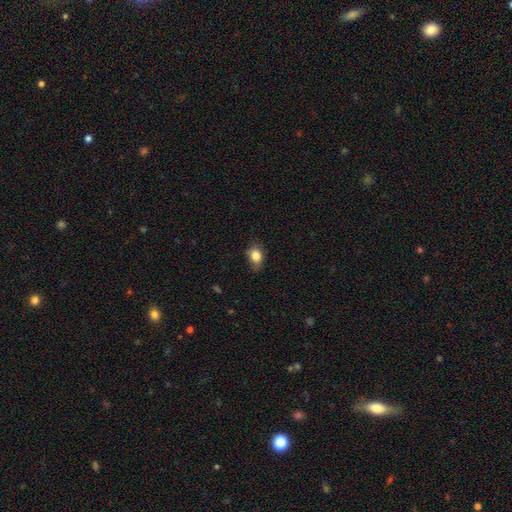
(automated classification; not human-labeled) Smooth or featured?
  - smooth: 83% *
  - star or artifact: 9%
  - featured or disk: 8%
How rounded?
  - in between: 69% *
  - round: 30%
  - cigar-shaped: 2%
Merging?
  - none: 70% *
  - minor disturbance: 24%
  - major disturbance: 5%
  - merger: 1%